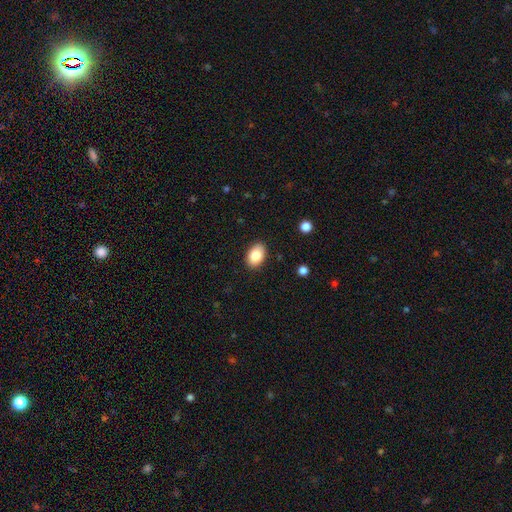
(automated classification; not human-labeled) Smooth or featured? Predicted: smooth (p=0.85). How rounded? Predicted: in between (p=0.87). Merging? Predicted: none (p=0.88).